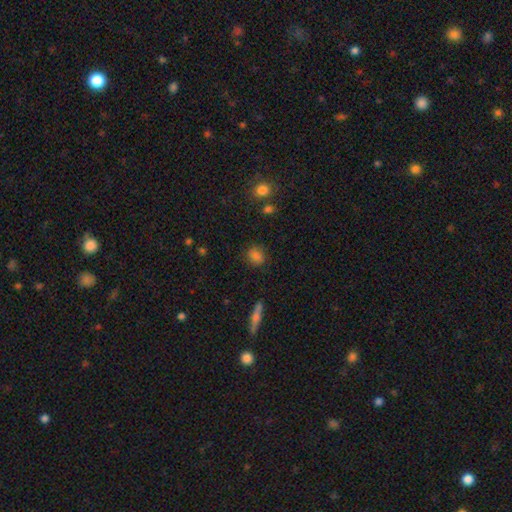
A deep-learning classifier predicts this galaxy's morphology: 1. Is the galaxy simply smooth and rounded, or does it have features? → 81% smooth, 12% star or artifact, 7% featured or disk.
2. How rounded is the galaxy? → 61% round, 36% in between, 2% cigar-shaped.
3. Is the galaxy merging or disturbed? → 82% none, 12% minor disturbance, 3% major disturbance, 3% merger.